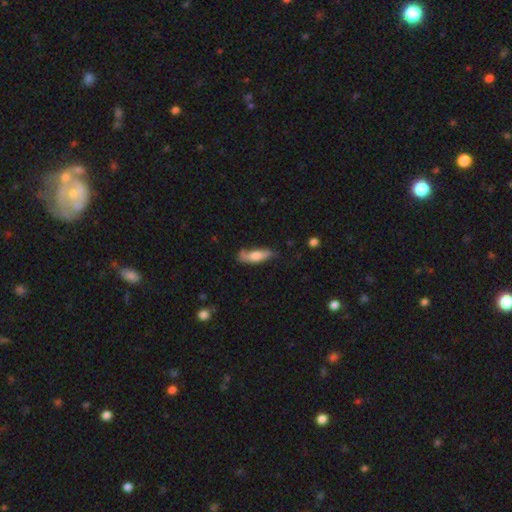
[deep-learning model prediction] smooth 66%, featured or disk 27%, star or artifact 7%. Down the decision tree: how rounded — in between (51%); merging — none (51%).